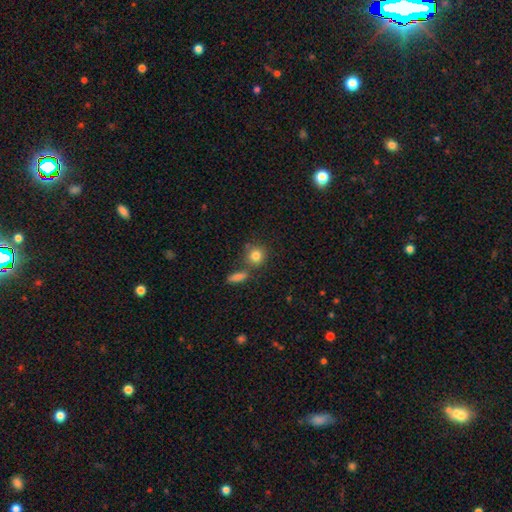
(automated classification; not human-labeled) Q: Smooth or featured?
A: smooth (82%); runner-up: star or artifact (10%)
Q: How rounded?
A: round (81%); runner-up: in between (17%)
Q: Merging?
A: none (66%); runner-up: merger (18%)